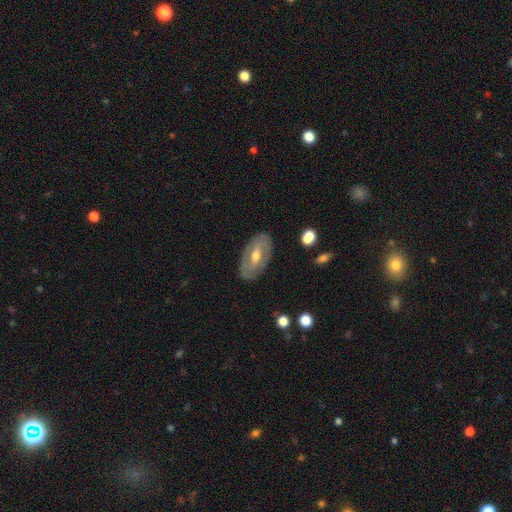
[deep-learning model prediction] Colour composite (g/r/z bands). It shows a featured or disk galaxy (61%) with a weak bar (41%), no spiral arms (58%) and a moderate central bulge (70%). Merging: none (83%).